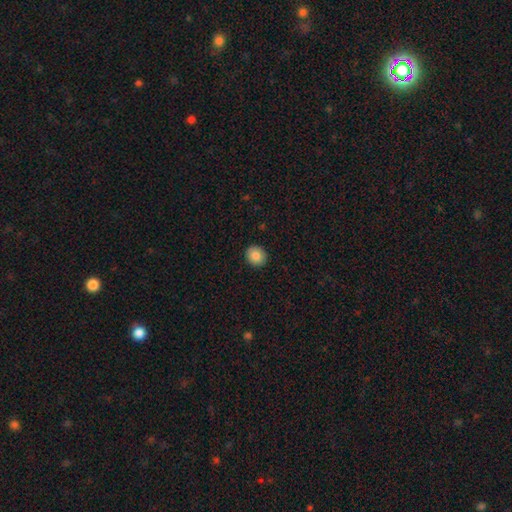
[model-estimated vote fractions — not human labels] This is clearly a smooth galaxy (85%). How rounded: likely round (79%). Merging: clearly none (92%).